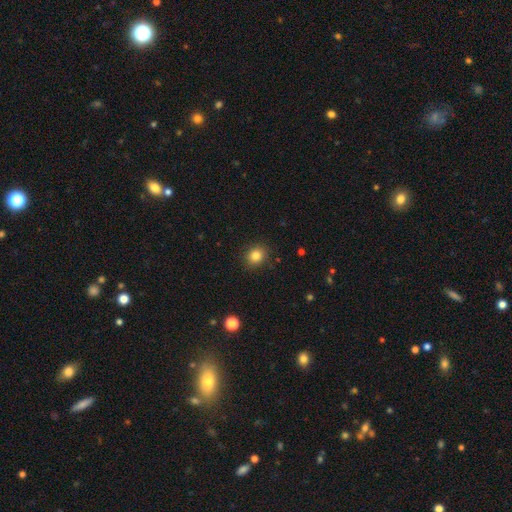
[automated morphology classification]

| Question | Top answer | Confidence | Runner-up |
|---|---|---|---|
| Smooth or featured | smooth | 84% | star or artifact (11%) |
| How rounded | round | 74% | in between (25%) |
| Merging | none | 88% | minor disturbance (8%) |